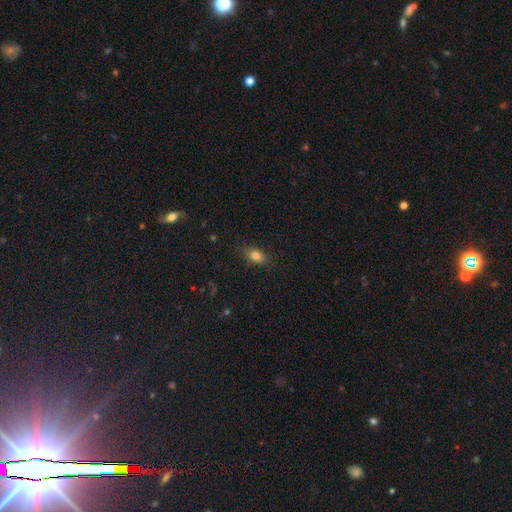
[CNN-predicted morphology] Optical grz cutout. It shows a smooth galaxy with no disk features (81%) that is in between round and cigar-shaped (79%). Merging: none (83%).